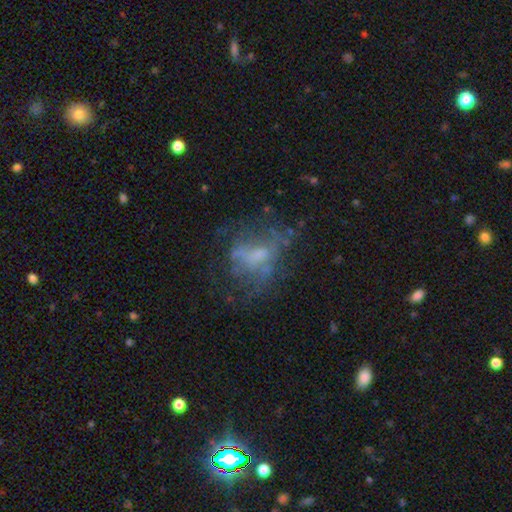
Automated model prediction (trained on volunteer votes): The model was most divided on "bulge size": none: 35%, small: 30%, moderate: 29%, large: 5%, dominant: 1%. Remaining: edge-on disk — no (96%); spiral arms — no (77%); bar — no (69%); smooth or featured — featured or disk (55%); merging — none (43%).